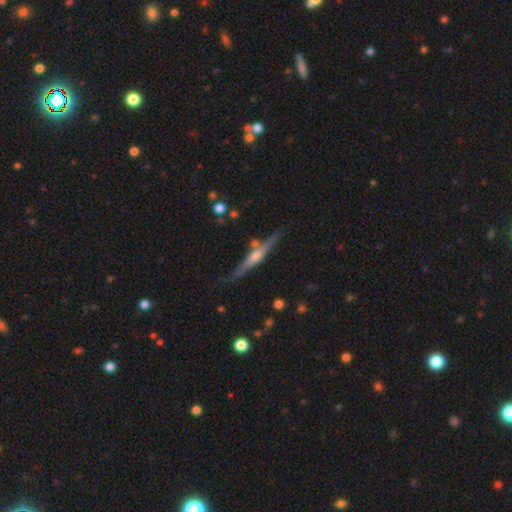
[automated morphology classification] Smooth or featured? Predicted: featured or disk (p=0.76). Edge-on disk? Predicted: yes (p=0.97). Edge-on bulge? Predicted: rounded (p=0.80). Merging? Predicted: none (p=0.81).